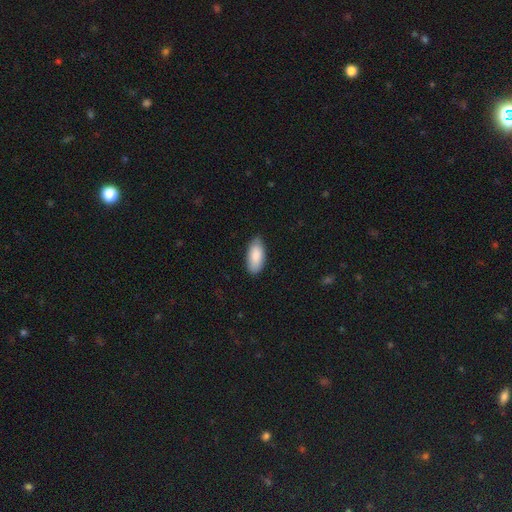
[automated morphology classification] This appears to be a smooth galaxy with no disk features (88%) that is in between round and cigar-shaped (91%). Merging: none (79%).